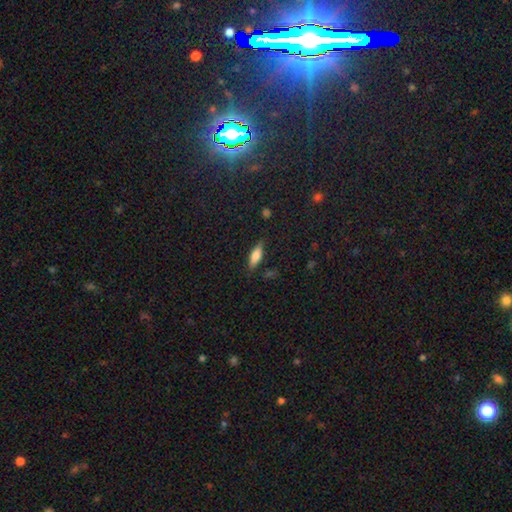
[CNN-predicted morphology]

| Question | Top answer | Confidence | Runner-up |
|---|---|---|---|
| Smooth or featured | smooth | 67% | featured or disk (25%) |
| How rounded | in between | 57% | cigar-shaped (41%) |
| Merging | none | 80% | minor disturbance (15%) |